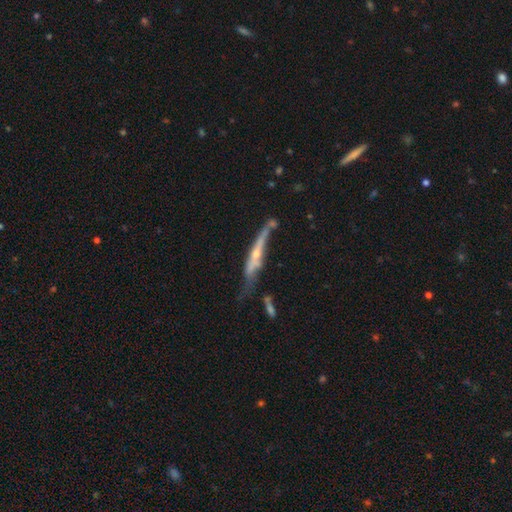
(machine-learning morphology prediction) Smooth or featured?
  - featured or disk: 73% *
  - smooth: 20%
  - star or artifact: 7%
Edge-on disk?
  - yes: 86% *
  - no: 14%
Edge-on bulge?
  - rounded: 68% *
  - none: 25%
  - boxy: 7%
Merging?
  - none: 44% *
  - minor disturbance: 29%
  - major disturbance: 15%
  - merger: 12%